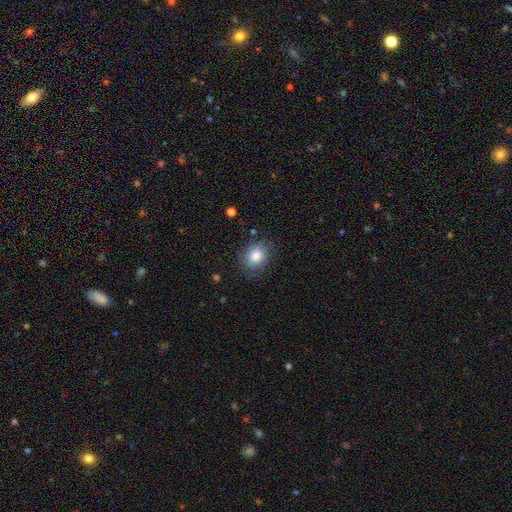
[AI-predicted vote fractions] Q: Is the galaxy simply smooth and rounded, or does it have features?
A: smooth — 81%.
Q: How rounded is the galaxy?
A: round — 58%.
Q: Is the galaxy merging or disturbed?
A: none — 76%.